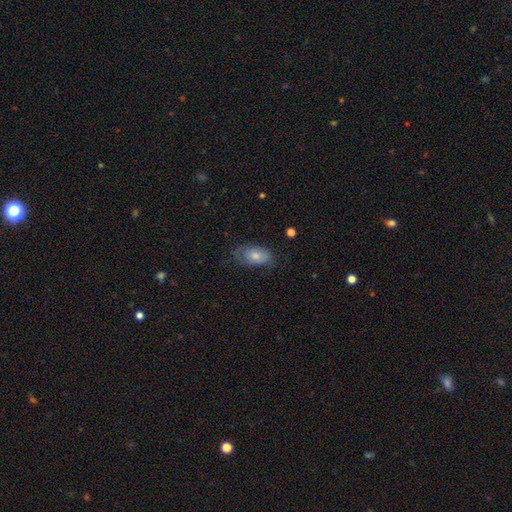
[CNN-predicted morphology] A smooth galaxy with no disk features (70%) that is in between round and cigar-shaped (91%).

Vote fractions:
- Smooth or featured? smooth: 70% / featured or disk: 23% / star or artifact: 7%
- How rounded? in between: 91% / round: 6% / cigar-shaped: 3%
- Merging? none: 55% / minor disturbance: 30% / major disturbance: 13% / merger: 2%